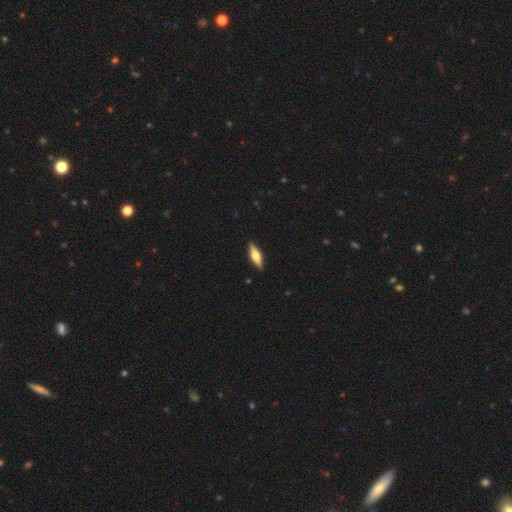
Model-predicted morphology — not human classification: Smooth or featured?
  - featured or disk: 53% *
  - smooth: 41%
  - star or artifact: 6%
Edge-on disk?
  - yes: 95% *
  - no: 5%
Edge-on bulge?
  - rounded: 86% *
  - boxy: 11%
  - none: 3%
Merging?
  - none: 89% *
  - minor disturbance: 8%
  - major disturbance: 2%
  - merger: 1%